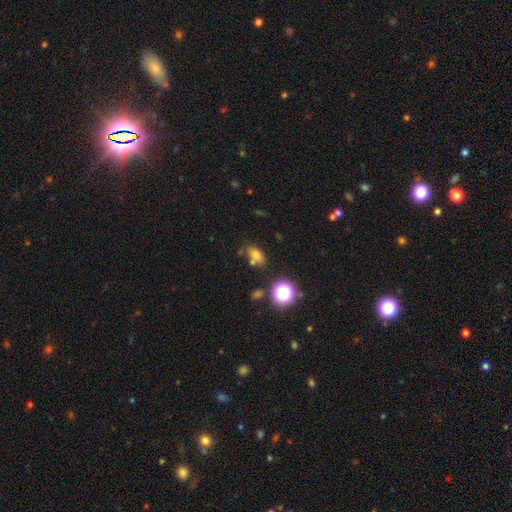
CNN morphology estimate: smooth-or-featured: smooth: 71% | star or artifact: 20% | featured or disk: 9%
  how-rounded: in between: 79% | round: 17% | cigar-shaped: 4%
  merging: none: 64% | minor disturbance: 17% | merger: 14% | major disturbance: 6%